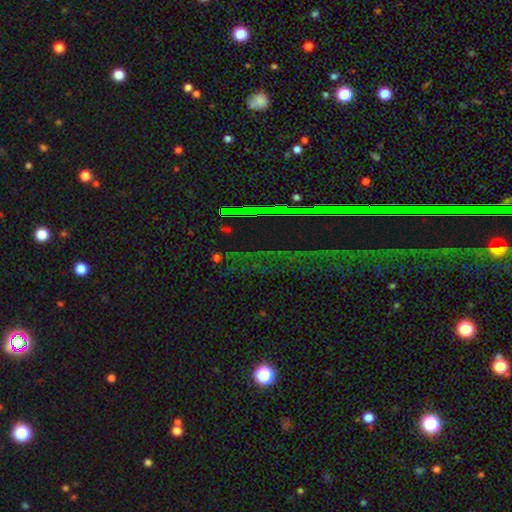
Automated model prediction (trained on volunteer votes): Smooth or featured?
  - star or artifact: 78% *
  - smooth: 11%
  - featured or disk: 11%